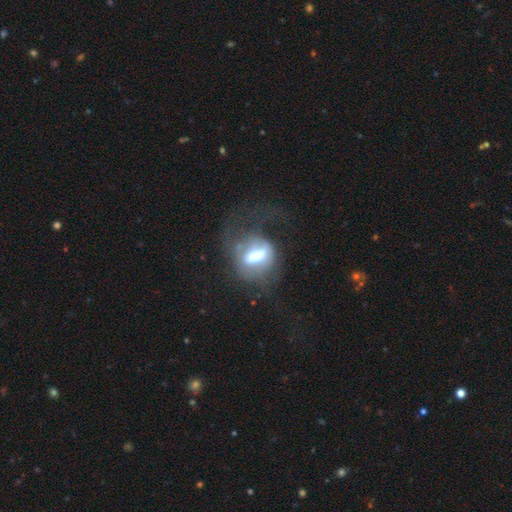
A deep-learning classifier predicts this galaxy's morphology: smooth_or_featured: featured or disk (p=0.51) [alt: smooth p=0.37]
disk_edge_on: no (p=0.84) [alt: yes p=0.16]
merging: major disturbance (p=0.43) [alt: none p=0.30]